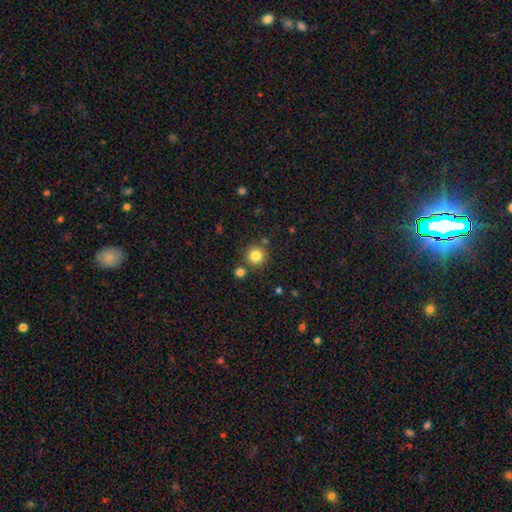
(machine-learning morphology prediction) type=smooth (82%); roundness=round (94%); merging=none (82%).